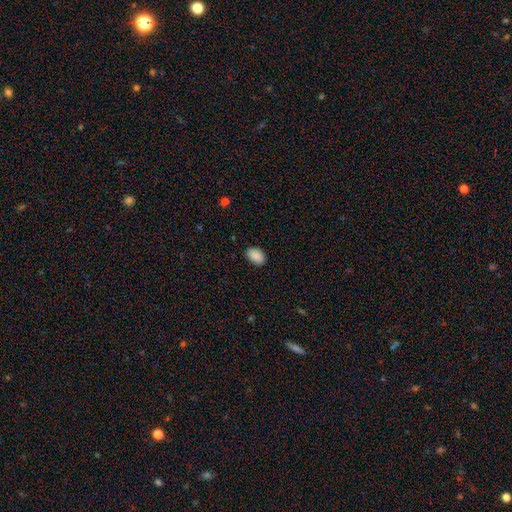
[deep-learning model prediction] A smooth galaxy with no disk features (90%) that is in between round and cigar-shaped (87%).

Vote fractions:
- Smooth or featured? smooth: 90% / star or artifact: 7% / featured or disk: 3%
- How rounded? in between: 87% / round: 11% / cigar-shaped: 1%
- Merging? none: 86% / minor disturbance: 11% / major disturbance: 2% / merger: 1%